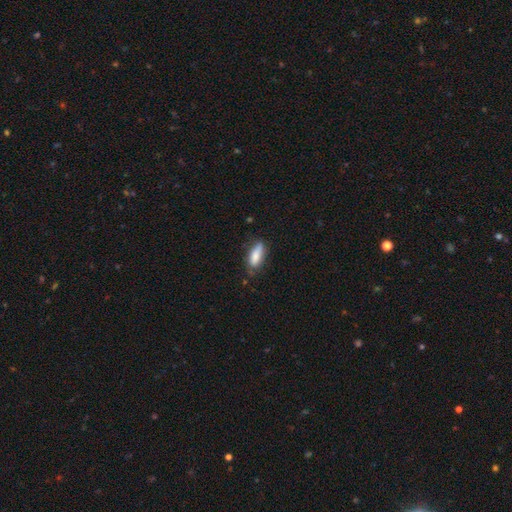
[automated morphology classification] Smooth or featured? smooth (81%)
How rounded? in between (64%)
Merging? none (69%)